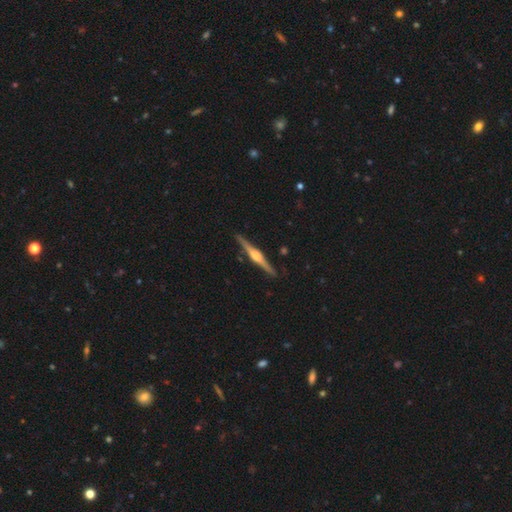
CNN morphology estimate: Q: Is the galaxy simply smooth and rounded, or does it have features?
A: featured or disk — 83%.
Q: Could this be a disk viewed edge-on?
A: yes — 98%.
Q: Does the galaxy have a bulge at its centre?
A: rounded — 86%.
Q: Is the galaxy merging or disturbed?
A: none — 91%.